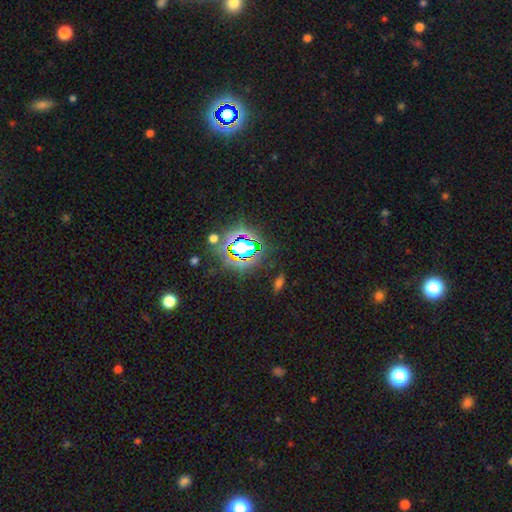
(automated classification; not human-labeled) Overall: star or artifact (79%).